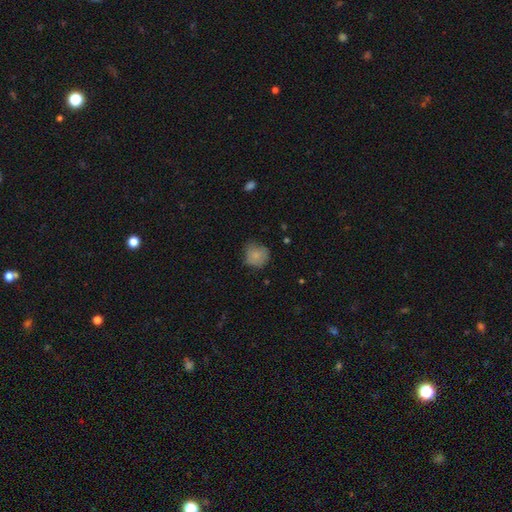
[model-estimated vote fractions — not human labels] Overall: smooth (79%). How rounded: round (85%). Merging: none (63%; minor disturbance 28%).